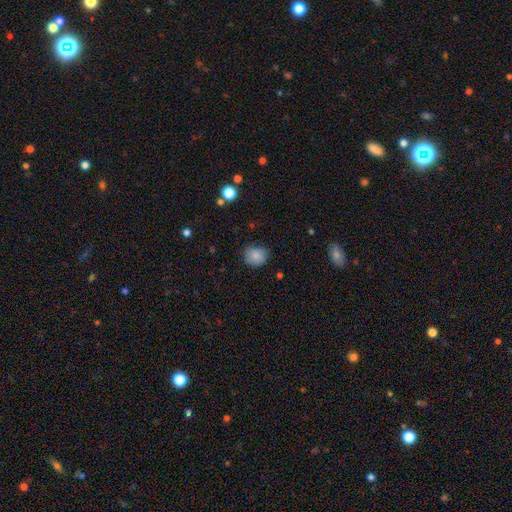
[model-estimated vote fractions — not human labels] A smooth galaxy with no disk features (84%) that is round (70%). Merging: none (74%).